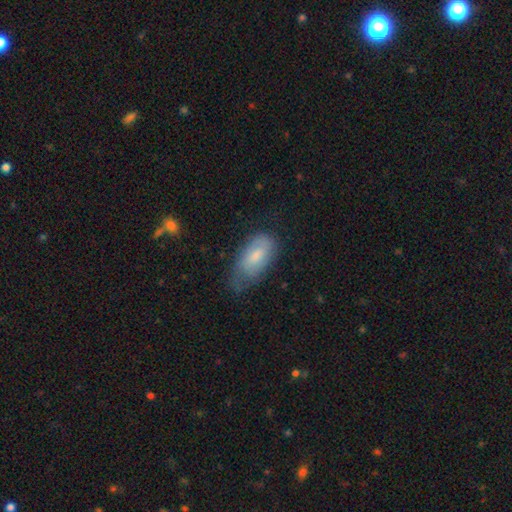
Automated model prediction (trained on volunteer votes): Smooth or featured? smooth (65%)
How rounded? in between (91%)
Merging? none (43%)